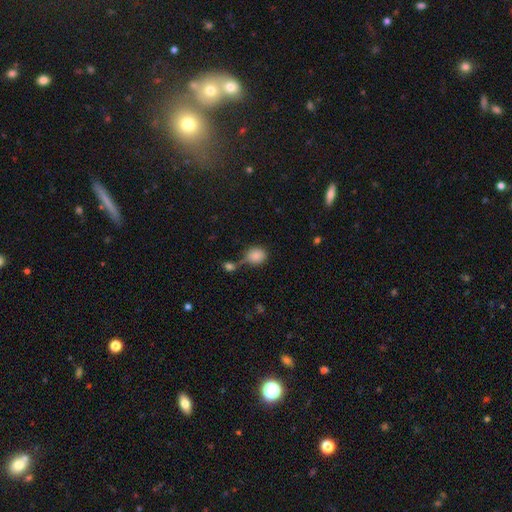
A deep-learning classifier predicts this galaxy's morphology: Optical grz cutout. It shows a smooth galaxy with no disk features (84%) that is round (76%). Merging: none (55%).